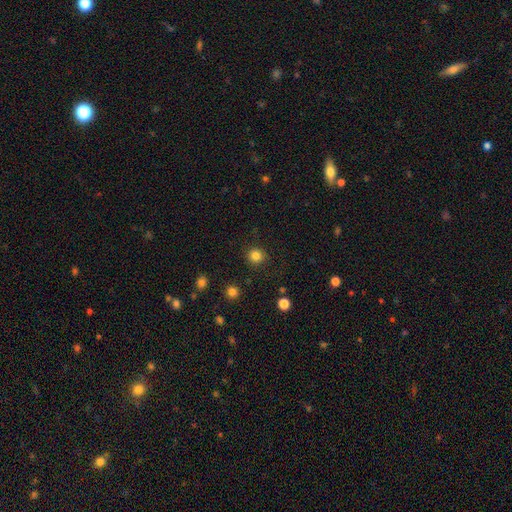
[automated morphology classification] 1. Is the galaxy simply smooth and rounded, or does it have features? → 83% smooth, 13% star or artifact, 4% featured or disk.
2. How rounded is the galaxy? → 92% round, 7% in between, 1% cigar-shaped.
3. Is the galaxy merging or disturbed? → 90% none, 6% minor disturbance, 2% major disturbance, 1% merger.